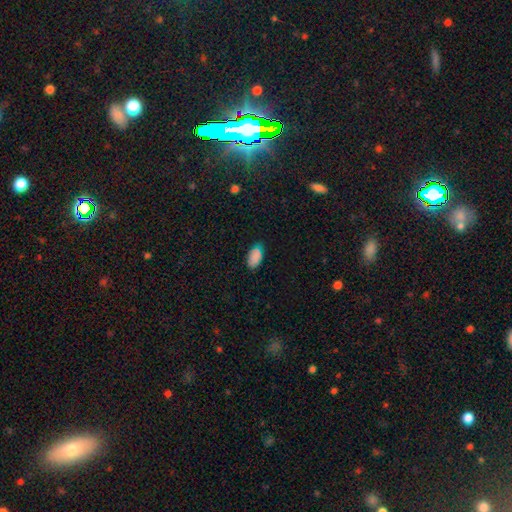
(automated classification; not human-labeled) smooth 85%, star or artifact 9%, featured or disk 6%. Down the decision tree: how rounded — in between (94%); merging — none (73%).